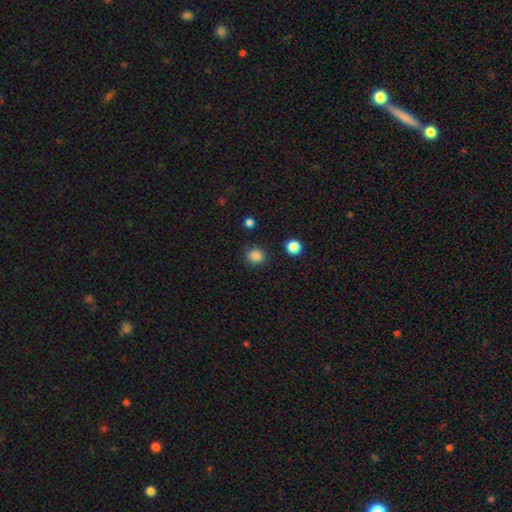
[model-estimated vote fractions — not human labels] A smooth galaxy with no disk features (85%) that is round (88%).

Vote fractions:
- Smooth or featured? smooth: 85% / star or artifact: 12% / featured or disk: 3%
- How rounded? round: 88% / in between: 11% / cigar-shaped: 1%
- Merging? none: 86% / minor disturbance: 9% / major disturbance: 3% / merger: 2%